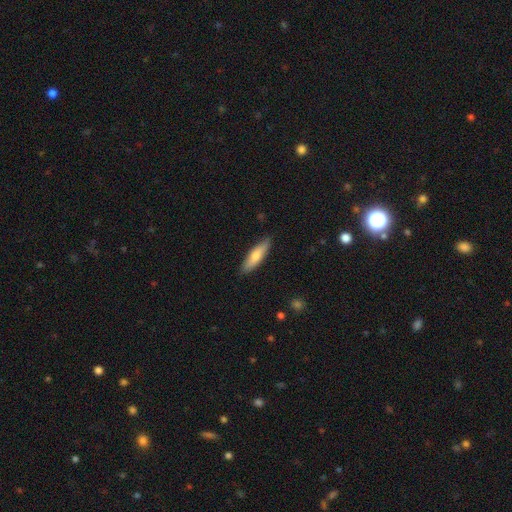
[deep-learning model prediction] This is likely a smooth galaxy (70%). How rounded: likely cigar-shaped (68%). Merging: clearly none (87%).